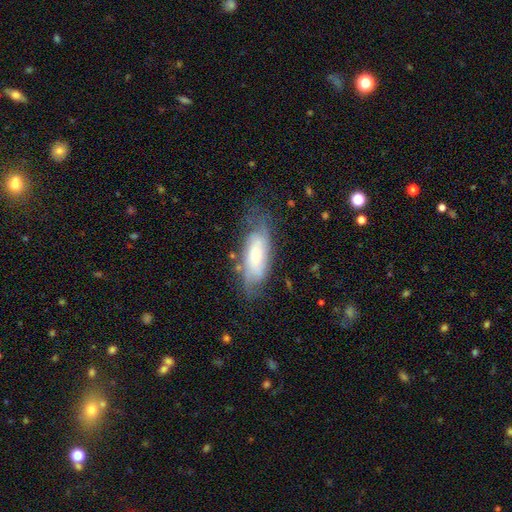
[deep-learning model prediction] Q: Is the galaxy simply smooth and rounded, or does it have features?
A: featured or disk — 54%.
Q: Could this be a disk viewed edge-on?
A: no — 85%.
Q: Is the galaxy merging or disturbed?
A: none — 59%.